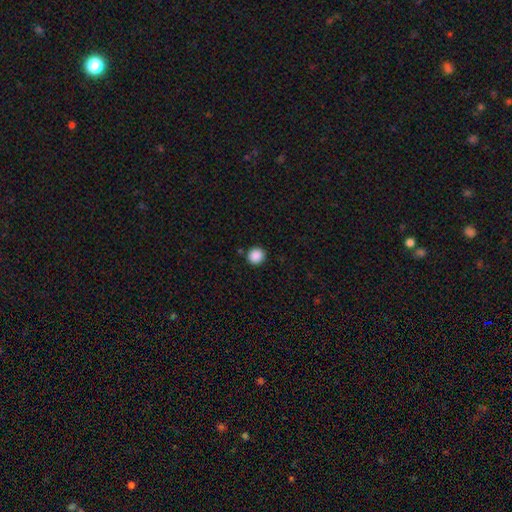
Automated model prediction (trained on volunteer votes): Overall: smooth (89%). How rounded: round (92%). Merging: none (90%).